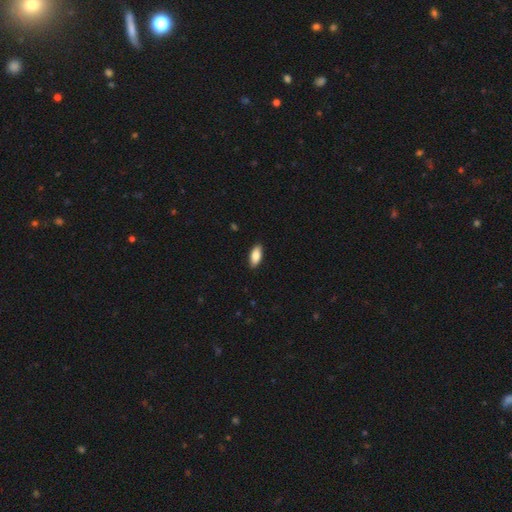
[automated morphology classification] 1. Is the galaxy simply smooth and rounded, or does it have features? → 86% smooth, 8% featured or disk, 6% star or artifact.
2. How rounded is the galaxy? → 87% in between, 10% cigar-shaped, 2% round.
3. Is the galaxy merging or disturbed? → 88% none, 9% minor disturbance, 2% major disturbance, 1% merger.